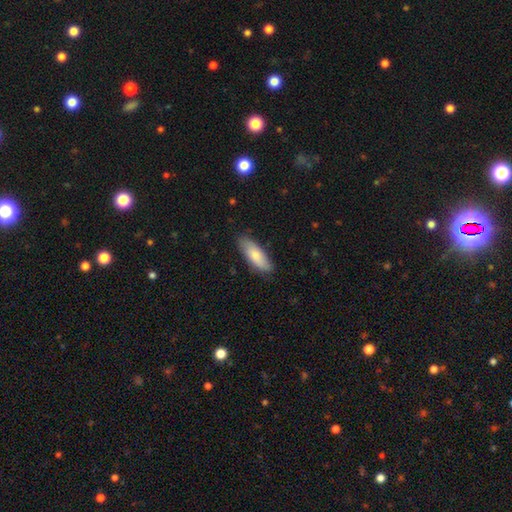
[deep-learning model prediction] This appears to be a smooth galaxy with no disk features (80%) that is in between round and cigar-shaped (62%). Merging: none (84%).